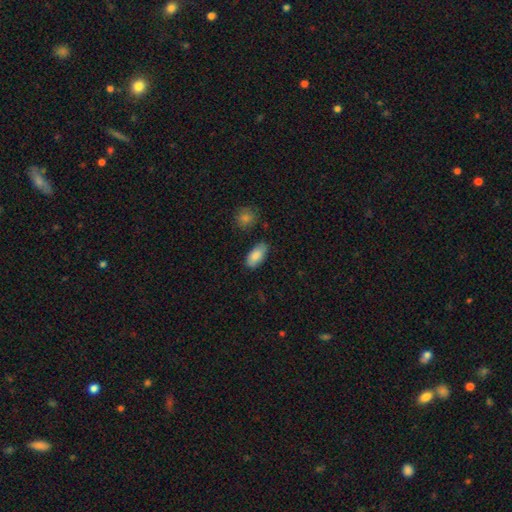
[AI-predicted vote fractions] This is clearly a smooth galaxy (86%). How rounded: clearly in between (92%). Merging: likely none (80%).